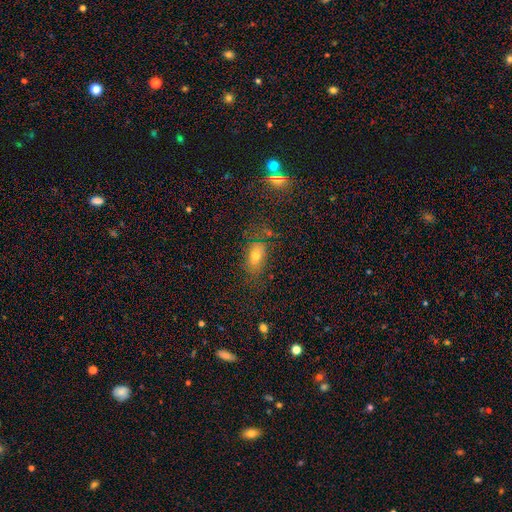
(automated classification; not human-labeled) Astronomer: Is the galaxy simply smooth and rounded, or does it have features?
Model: smooth — 67%.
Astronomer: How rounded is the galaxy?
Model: in between — 81%.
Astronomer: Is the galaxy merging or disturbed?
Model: none — 71%.